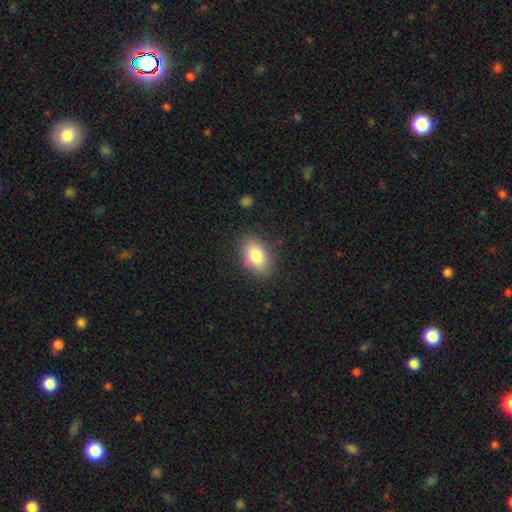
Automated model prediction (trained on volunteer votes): smooth 82%, featured or disk 10%, star or artifact 8%. Down the decision tree: how rounded — in between (86%); merging — none (83%).